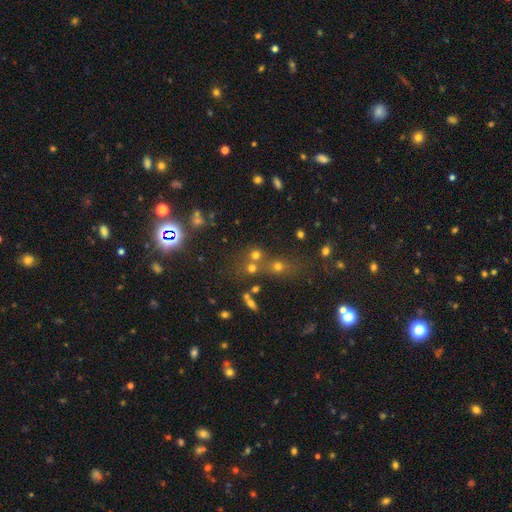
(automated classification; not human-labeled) Smooth or featured: smooth — 51% (star or artifact — 34%)
How rounded: round — 81% (in between — 17%)
Merging: none — 50% (merger — 38%)